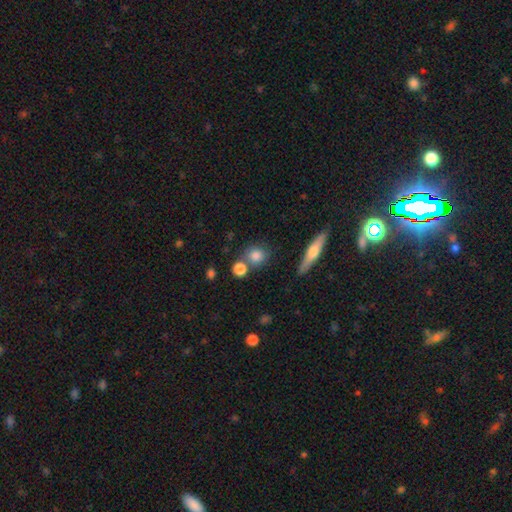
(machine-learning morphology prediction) type=smooth (81%); roundness=round (81%); merging=none (65%).